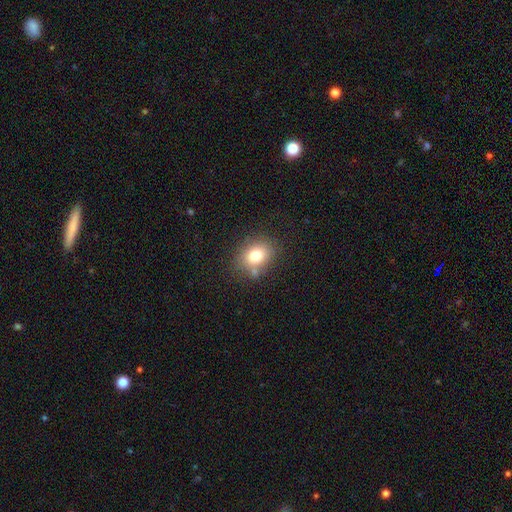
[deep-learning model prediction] This appears to be a smooth galaxy with no disk features (77%) that is in between round and cigar-shaped (59%). Merging: none (71%).